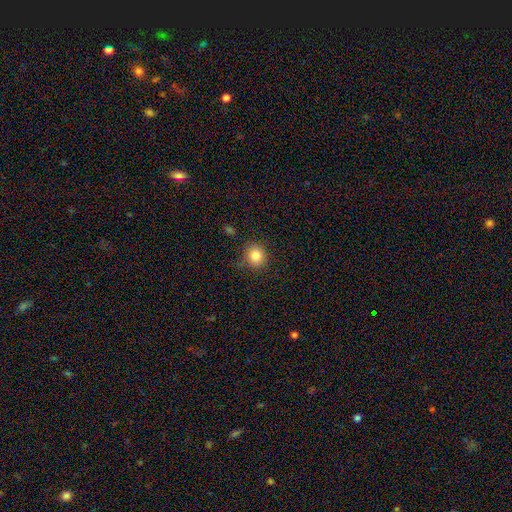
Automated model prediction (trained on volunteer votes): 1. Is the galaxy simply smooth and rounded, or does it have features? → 83% smooth, 11% star or artifact, 6% featured or disk.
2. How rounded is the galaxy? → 85% round, 14% in between, 1% cigar-shaped.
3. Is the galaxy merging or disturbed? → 81% none, 13% minor disturbance, 4% major disturbance, 2% merger.